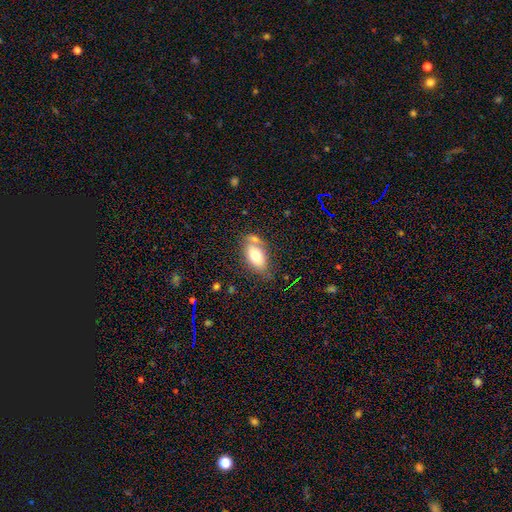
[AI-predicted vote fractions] The model was most divided on "merging": none: 56%, merger: 20%, minor disturbance: 18%, major disturbance: 6%. More confident: how rounded — in between (89%); smooth or featured — smooth (73%).